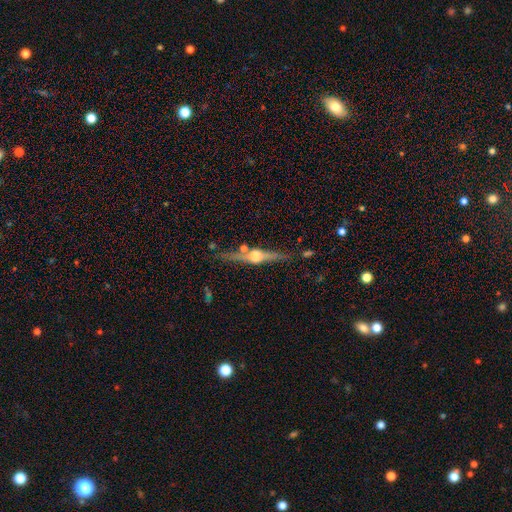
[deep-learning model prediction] smooth_or_featured: featured or disk (p=0.82) [alt: smooth p=0.12]
disk_edge_on: yes (p=0.97) [alt: no p=0.03]
edge_on_bulge: rounded (p=0.95) [alt: boxy p=0.04]
merging: none (p=0.81) [alt: minor disturbance p=0.11]